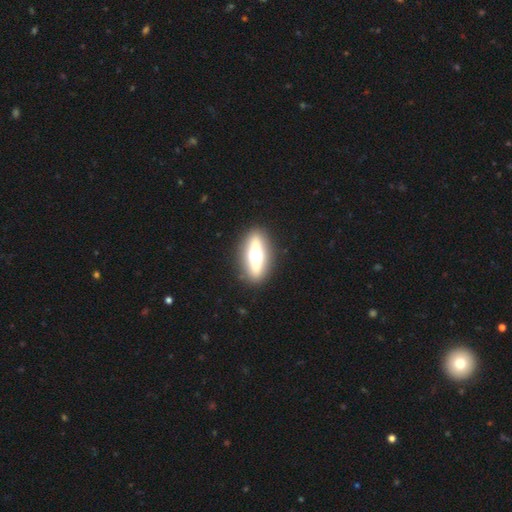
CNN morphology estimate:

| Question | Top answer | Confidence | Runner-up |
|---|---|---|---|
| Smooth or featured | featured or disk | 60% | smooth (32%) |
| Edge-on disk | yes | 85% | no (15%) |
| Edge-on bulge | rounded | 94% | boxy (4%) |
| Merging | none | 88% | minor disturbance (7%) |